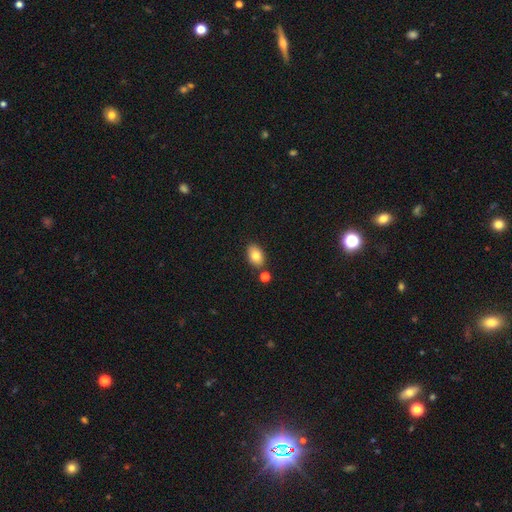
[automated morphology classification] smooth-or-featured: smooth: 81% | featured or disk: 11% | star or artifact: 9%
  how-rounded: in between: 85% | round: 13% | cigar-shaped: 1%
  merging: none: 78% | minor disturbance: 11% | merger: 8% | major disturbance: 2%